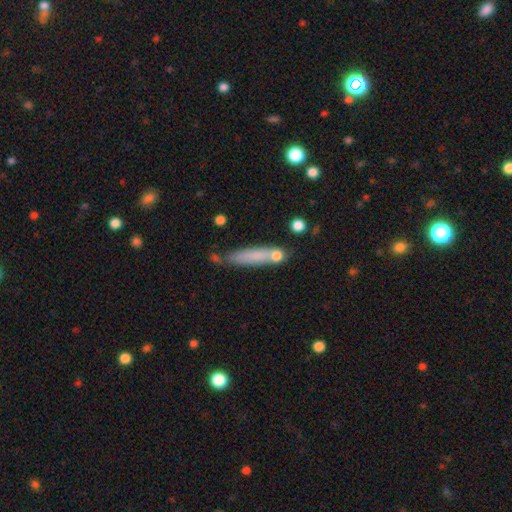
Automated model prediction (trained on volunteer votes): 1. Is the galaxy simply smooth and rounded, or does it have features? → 70% smooth, 21% featured or disk, 8% star or artifact.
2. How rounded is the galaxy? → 86% cigar-shaped, 12% in between, 2% round.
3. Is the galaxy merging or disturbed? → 66% none, 18% minor disturbance, 10% merger, 5% major disturbance.